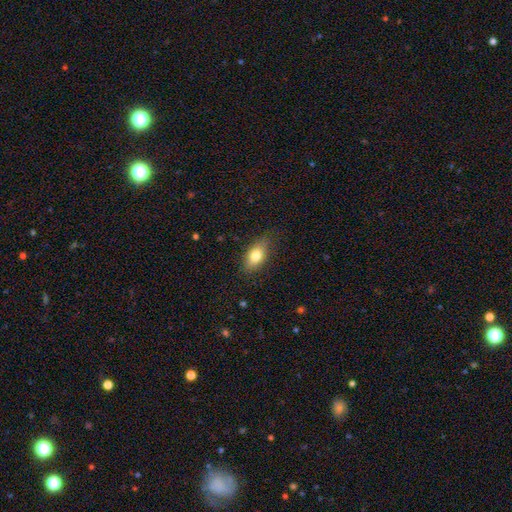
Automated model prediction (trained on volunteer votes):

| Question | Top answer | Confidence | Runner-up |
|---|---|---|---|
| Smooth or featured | smooth | 77% | featured or disk (15%) |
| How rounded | in between | 84% | round (9%) |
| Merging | none | 80% | minor disturbance (16%) |